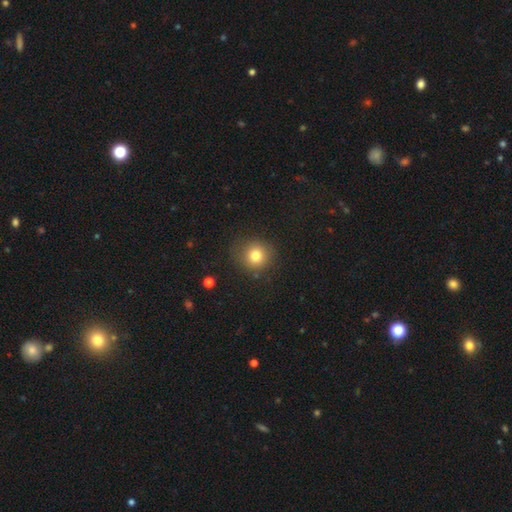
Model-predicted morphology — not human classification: A smooth galaxy with no disk features (79%) that is round (90%).

Vote fractions:
- Smooth or featured? smooth: 79% / star or artifact: 12% / featured or disk: 8%
- How rounded? round: 90% / in between: 10% / cigar-shaped: 1%
- Merging? none: 85% / minor disturbance: 10% / major disturbance: 4% / merger: 2%